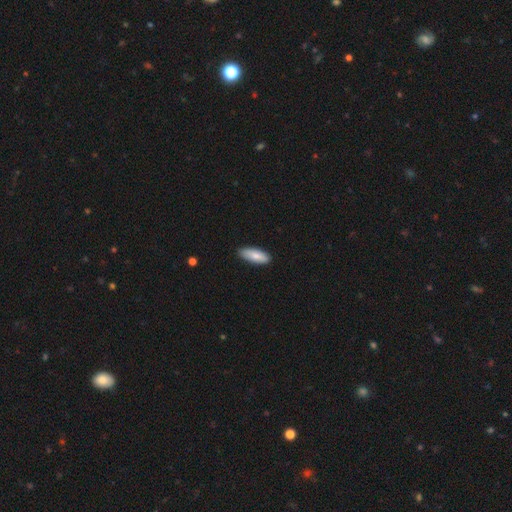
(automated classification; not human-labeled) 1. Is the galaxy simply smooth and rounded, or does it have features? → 81% smooth, 14% featured or disk, 6% star or artifact.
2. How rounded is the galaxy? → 70% in between, 29% cigar-shaped, 2% round.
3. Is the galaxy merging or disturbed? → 87% none, 10% minor disturbance, 2% major disturbance, 1% merger.